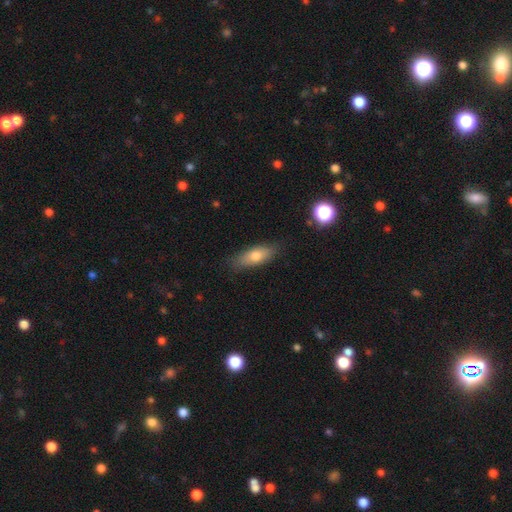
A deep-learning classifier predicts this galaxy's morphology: This appears to be a smooth galaxy with no disk features (70%) that is in between round and cigar-shaped (66%). Merging: none (81%).